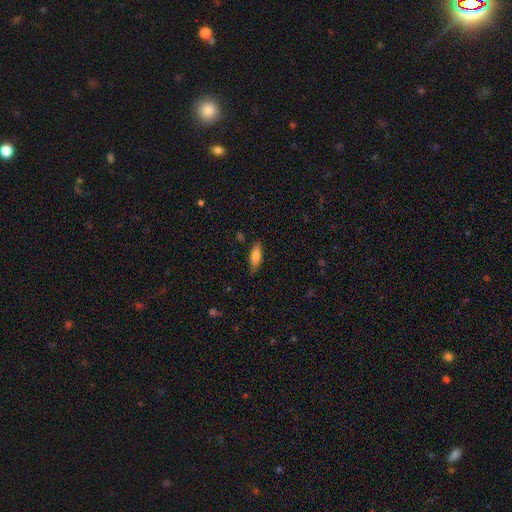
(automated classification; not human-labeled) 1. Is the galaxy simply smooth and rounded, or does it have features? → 68% smooth, 25% featured or disk, 7% star or artifact.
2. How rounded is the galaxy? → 54% in between, 44% cigar-shaped, 2% round.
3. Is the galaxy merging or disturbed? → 82% none, 14% minor disturbance, 3% major disturbance, 1% merger.